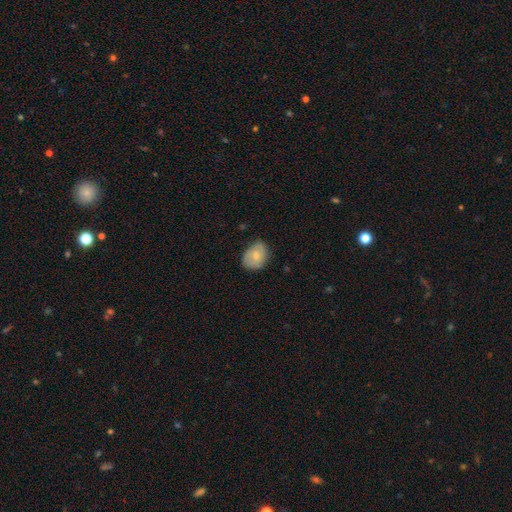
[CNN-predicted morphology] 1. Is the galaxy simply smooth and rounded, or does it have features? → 72% smooth, 21% featured or disk, 7% star or artifact.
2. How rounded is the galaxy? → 58% in between, 41% round, 1% cigar-shaped.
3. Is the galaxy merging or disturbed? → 66% none, 28% minor disturbance, 5% major disturbance, 1% merger.